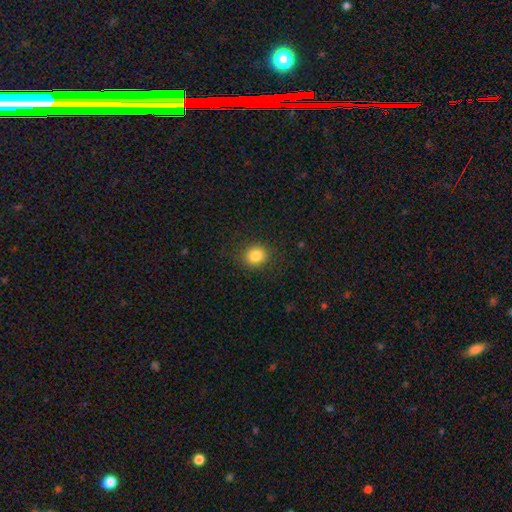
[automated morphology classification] smooth_or_featured: smooth (p=0.84) [alt: star or artifact p=0.11]
how_rounded: round (p=0.77) [alt: in between p=0.22]
merging: none (p=0.88) [alt: minor disturbance p=0.08]